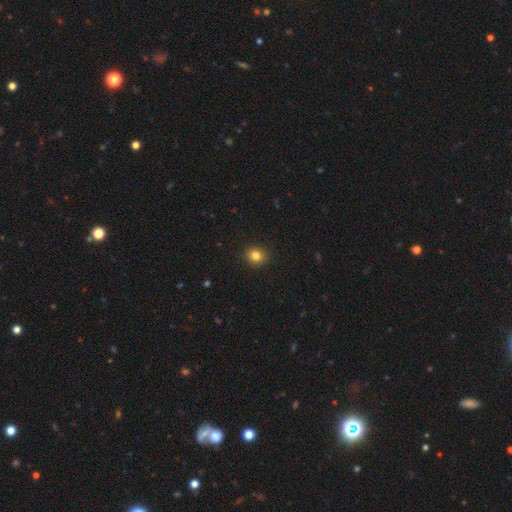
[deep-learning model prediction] Smooth or featured? smooth (82%)
How rounded? round (79%)
Merging? none (91%)